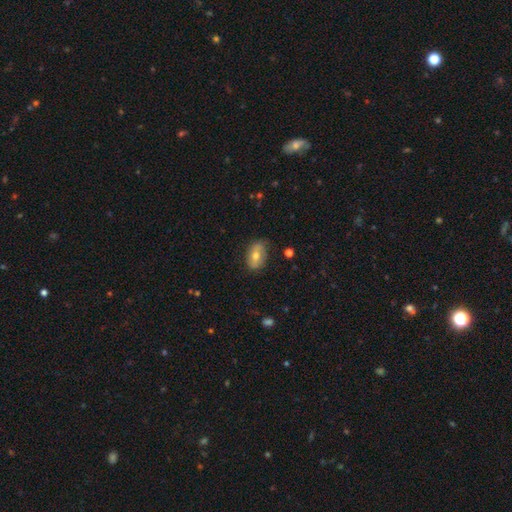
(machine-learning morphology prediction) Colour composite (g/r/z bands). It shows a smooth galaxy with no disk features (56%) that is in between round and cigar-shaped (87%). Merging: none (77%).